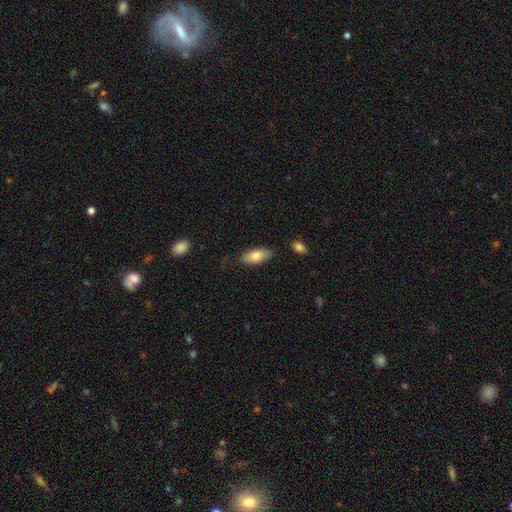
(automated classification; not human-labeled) Smooth or featured: smooth — 81% (featured or disk — 12%)
How rounded: in between — 86% (cigar-shaped — 12%)
Merging: none — 76% (minor disturbance — 17%)